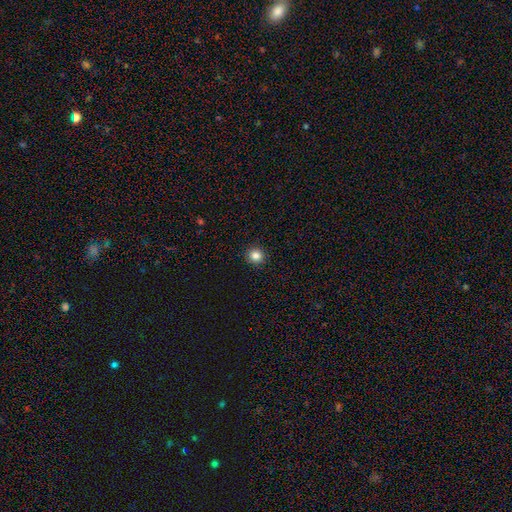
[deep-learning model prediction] smooth-or-featured: smooth: 84% | star or artifact: 12% | featured or disk: 4%
  how-rounded: round: 94% | in between: 5% | cigar-shaped: 1%
  merging: none: 93% | minor disturbance: 4% | major disturbance: 2% | merger: 1%